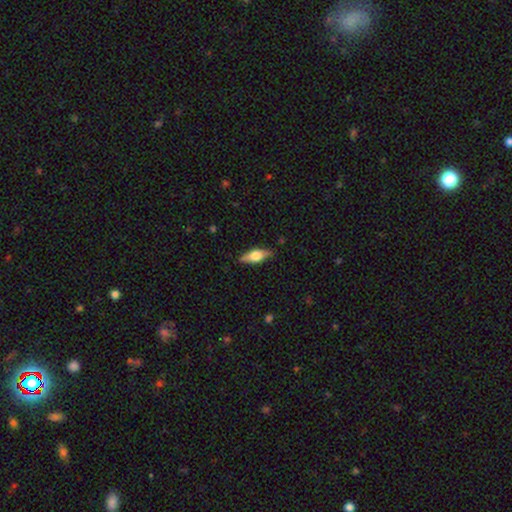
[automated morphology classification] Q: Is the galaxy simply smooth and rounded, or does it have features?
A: featured or disk — 52%.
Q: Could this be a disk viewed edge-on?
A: yes — 92%.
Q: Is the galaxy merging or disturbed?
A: none — 84%.